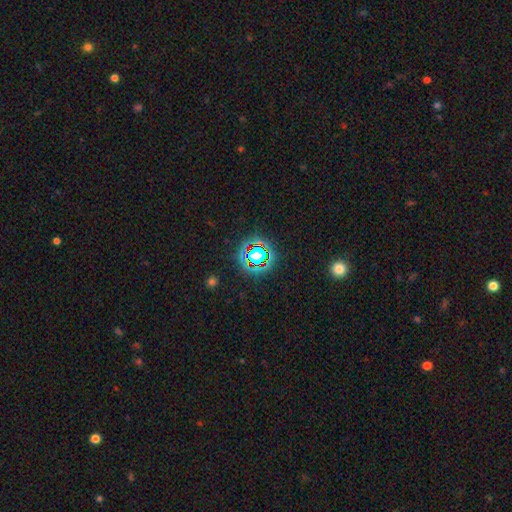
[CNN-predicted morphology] Q: Smooth or featured?
A: star or artifact (64%); runner-up: smooth (23%)